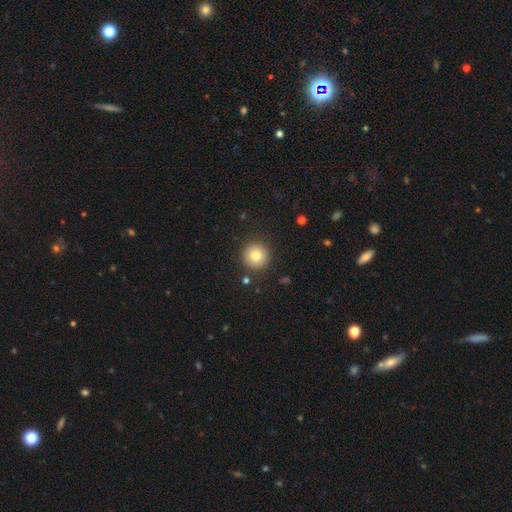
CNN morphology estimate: This appears to be a smooth galaxy with no disk features (79%) that is round (96%). Merging: none (90%).